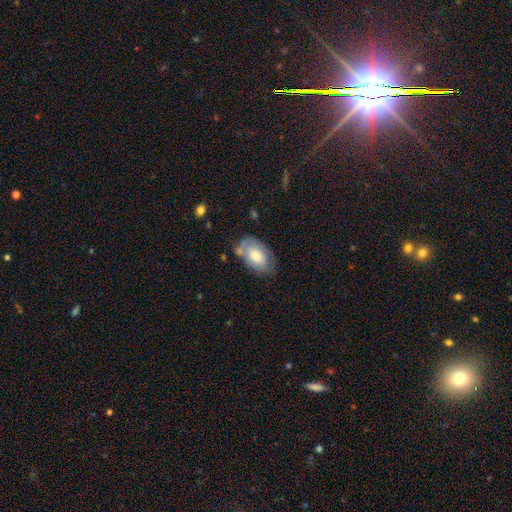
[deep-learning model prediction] Smooth or featured?
  - smooth: 66% *
  - featured or disk: 27%
  - star or artifact: 6%
How rounded?
  - in between: 93% *
  - round: 6%
  - cigar-shaped: 1%
Merging?
  - none: 58% *
  - minor disturbance: 26%
  - major disturbance: 8%
  - merger: 8%